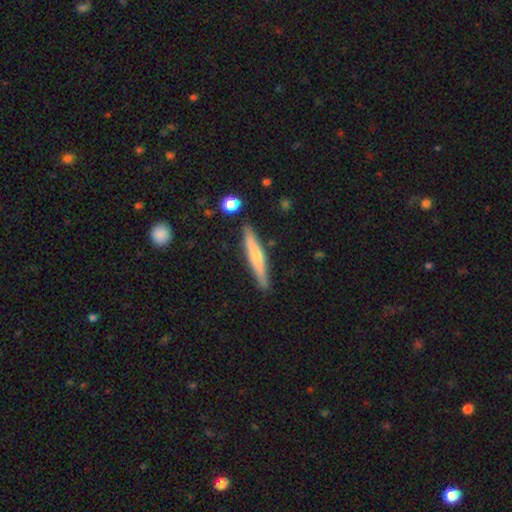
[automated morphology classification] smooth_or_featured: smooth (p=0.51) [alt: featured or disk p=0.43]
how_rounded: cigar-shaped (p=0.93) [alt: in between p=0.05]
merging: none (p=0.86) [alt: minor disturbance p=0.09]